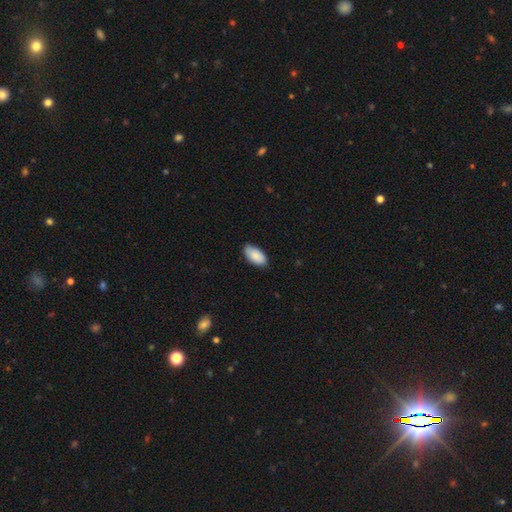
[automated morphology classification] Smooth or featured? Predicted: smooth (p=0.87). How rounded? Predicted: in between (p=0.95). Merging? Predicted: none (p=0.82).